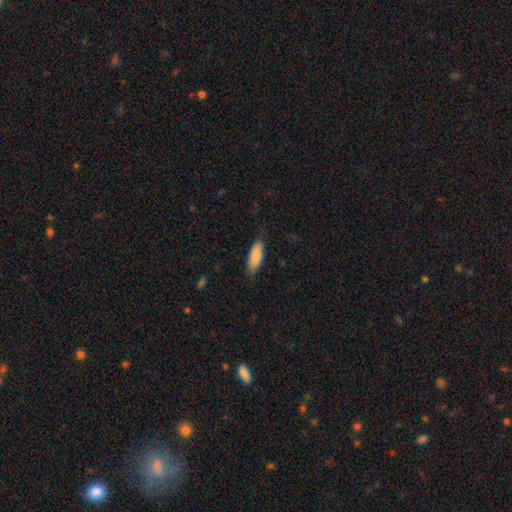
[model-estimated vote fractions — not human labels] Overall: smooth (86%). How rounded: in between (63%; cigar-shaped 35%). Merging: none (82%).